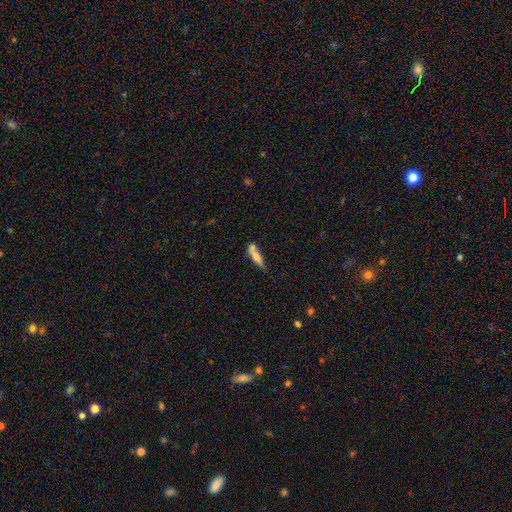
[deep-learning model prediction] smooth_or_featured: smooth (p=0.68) [alt: featured or disk p=0.25]
how_rounded: cigar-shaped (p=0.76) [alt: in between p=0.22]
merging: none (p=0.44) [alt: merger p=0.33]